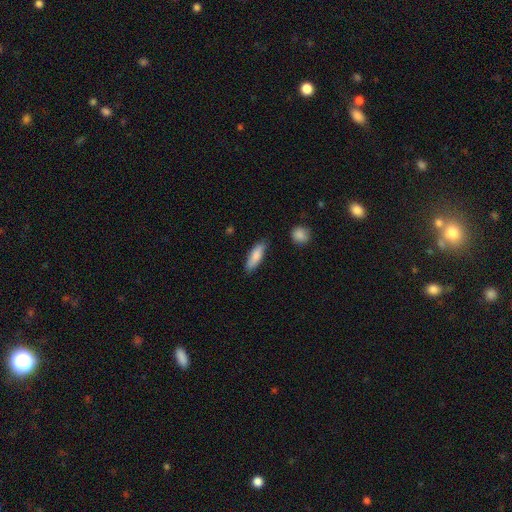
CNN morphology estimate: Overall: smooth (83%). How rounded: cigar-shaped (52%; in between 46%). Merging: none (80%).